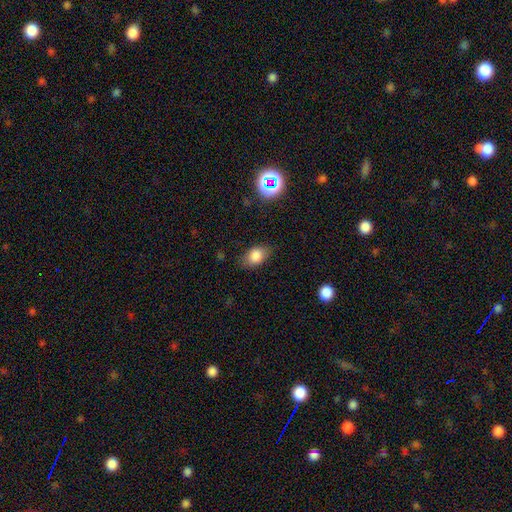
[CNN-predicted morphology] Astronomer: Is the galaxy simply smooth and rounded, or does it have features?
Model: smooth — 80%.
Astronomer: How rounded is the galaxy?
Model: in between — 80%.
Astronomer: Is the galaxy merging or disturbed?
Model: none — 79%.